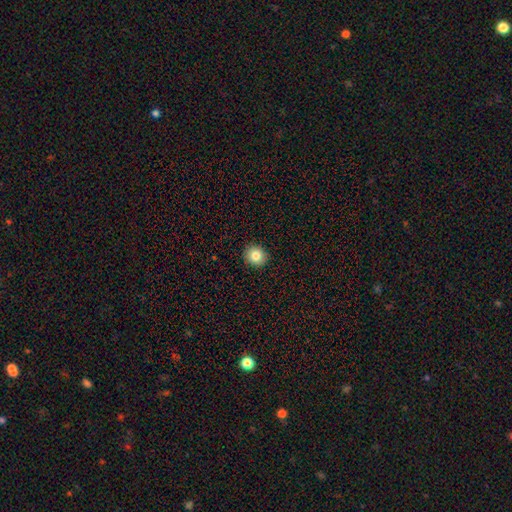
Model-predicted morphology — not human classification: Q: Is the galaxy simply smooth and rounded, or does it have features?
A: smooth — 83%.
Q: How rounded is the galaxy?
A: round — 86%.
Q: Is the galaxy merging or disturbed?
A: none — 92%.